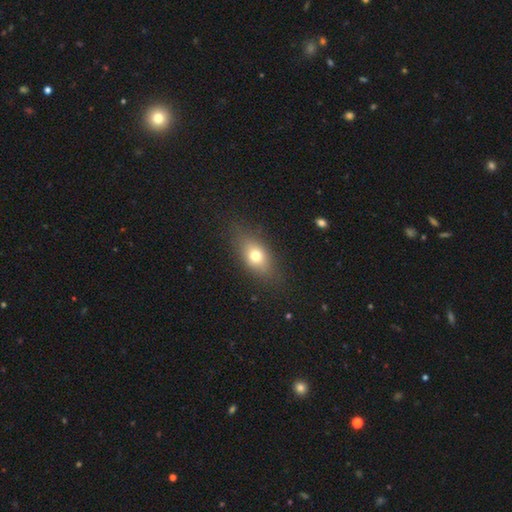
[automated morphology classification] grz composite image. It shows a smooth galaxy with no disk features (71%) that is in between round and cigar-shaped (76%). Merging: none (81%).